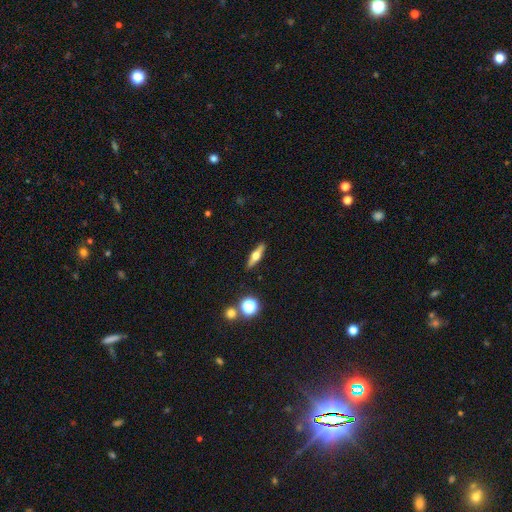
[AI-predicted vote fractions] Overall: featured or disk (56%; smooth 36%). Edge-on disk: yes (92%). Edge-on bulge: rounded (94%). Merging: none (89%).